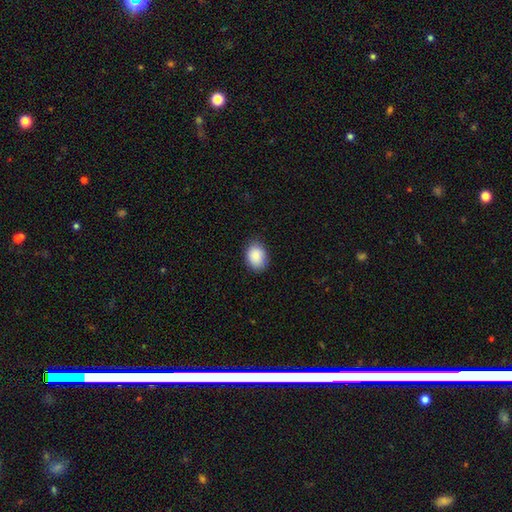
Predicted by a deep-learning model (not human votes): Overall: smooth (89%). How rounded: in between (72%). Merging: none (84%).